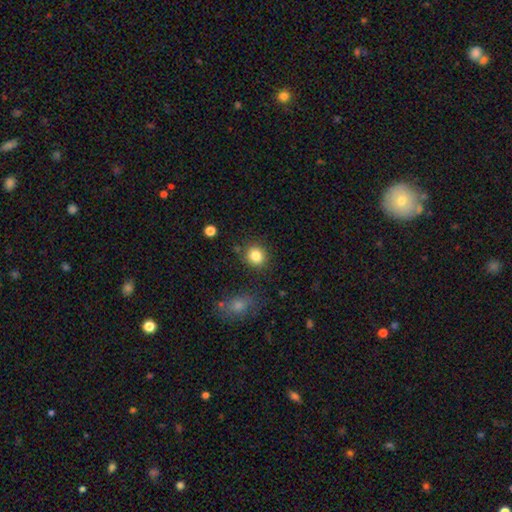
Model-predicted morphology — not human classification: This is clearly a smooth galaxy (84%). How rounded: clearly round (83%). Merging: clearly none (84%).